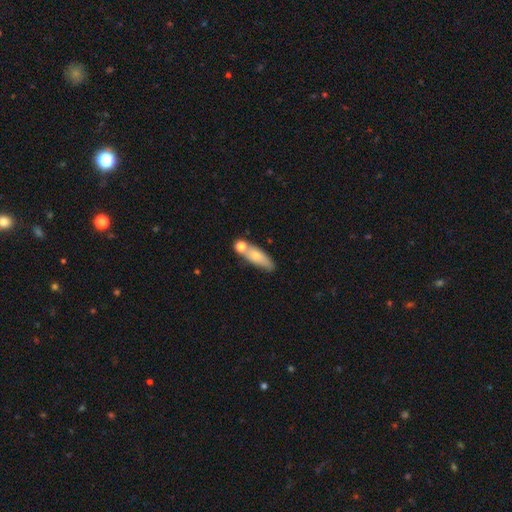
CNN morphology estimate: Overall: smooth (69%). How rounded: in between (53%; cigar-shaped 41%). Merging: none (53%; merger 23%).